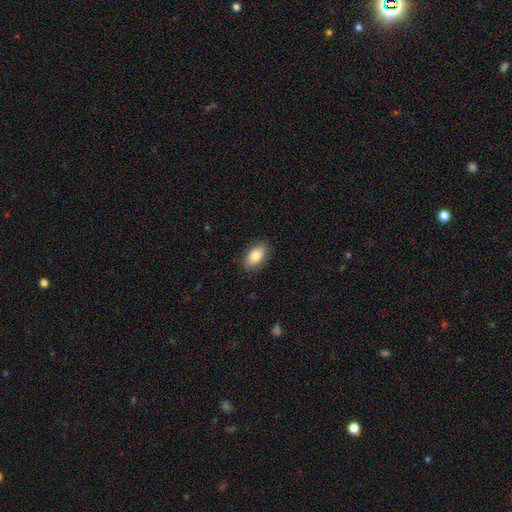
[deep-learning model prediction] Smooth or featured? smooth (82%)
How rounded? in between (91%)
Merging? none (88%)